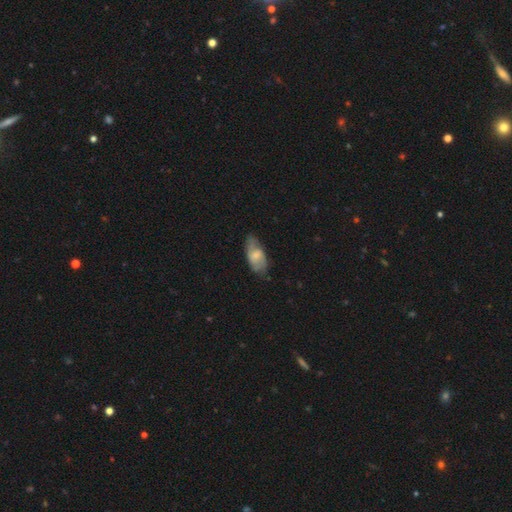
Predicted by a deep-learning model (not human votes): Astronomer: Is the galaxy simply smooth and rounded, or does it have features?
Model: smooth — 50% (runner-up: featured or disk, 43%).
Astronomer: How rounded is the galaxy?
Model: in between — 87%.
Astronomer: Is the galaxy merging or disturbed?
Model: none — 68%.